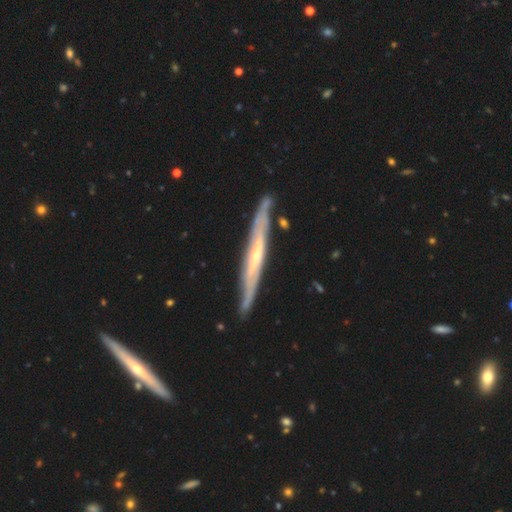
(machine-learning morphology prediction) This appears to be a featured or disk galaxy (77%) viewed edge-on (83%) with no central bulge (51%). Merging: none (82%).